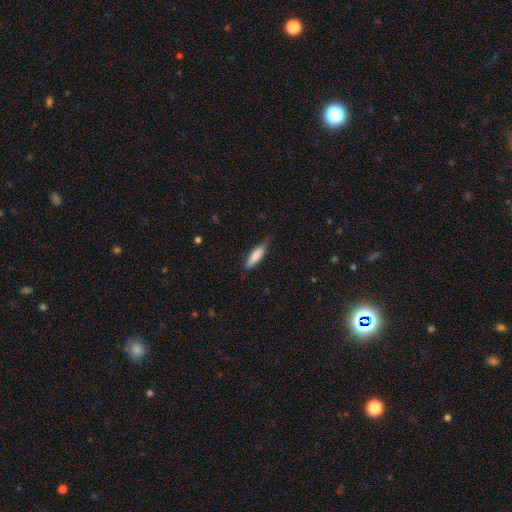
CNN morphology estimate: Q: Smooth or featured?
A: smooth (83%); runner-up: featured or disk (12%)
Q: How rounded?
A: cigar-shaped (62%); runner-up: in between (37%)
Q: Merging?
A: none (67%); runner-up: minor disturbance (27%)